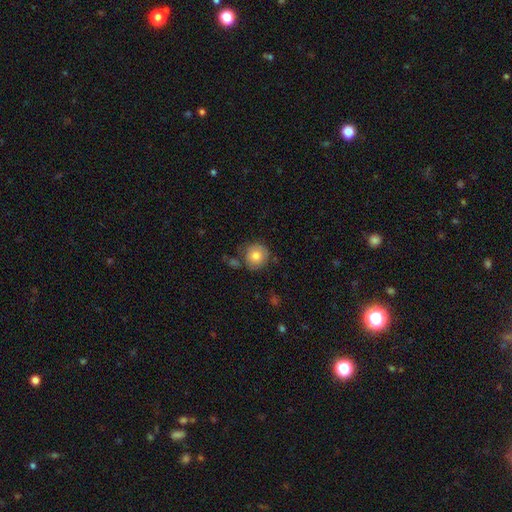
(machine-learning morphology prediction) smooth-or-featured: smooth: 78% | featured or disk: 14% | star or artifact: 8%
  how-rounded: round: 91% | in between: 8% | cigar-shaped: 1%
  merging: none: 72% | minor disturbance: 16% | merger: 7% | major disturbance: 5%